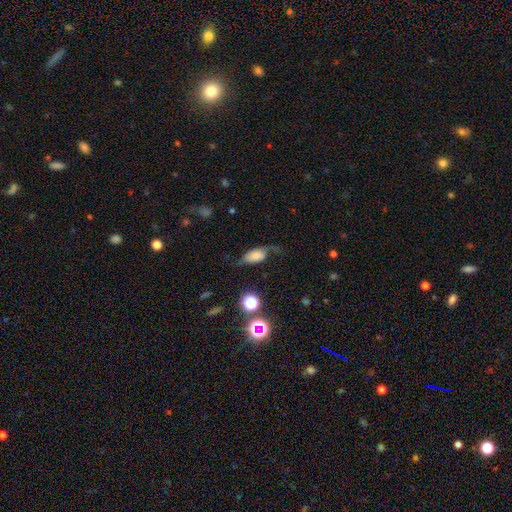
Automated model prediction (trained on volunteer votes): Smooth or featured? Predicted: smooth (p=0.58). How rounded? Predicted: in between (p=0.88). Merging? Predicted: none (p=0.42).